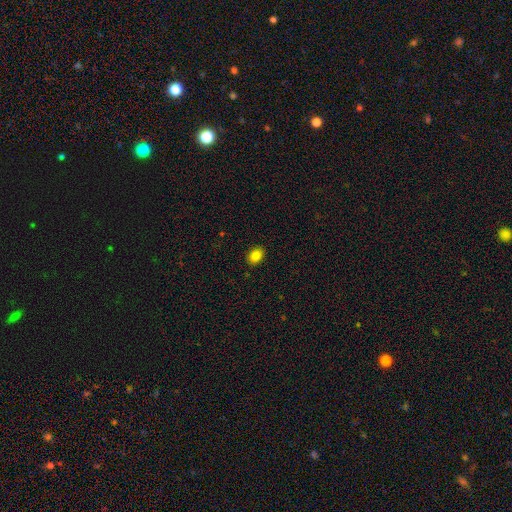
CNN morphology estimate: smooth 85%, star or artifact 10%, featured or disk 5%. Down the decision tree: how rounded — in between (72%); merging — none (89%).